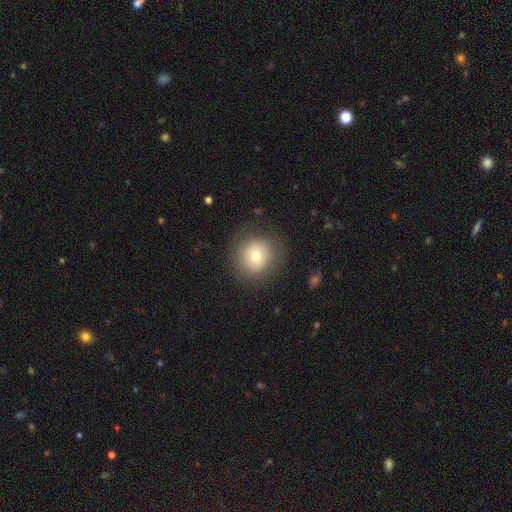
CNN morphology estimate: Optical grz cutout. It shows a smooth galaxy with no disk features (72%) that is round (90%). Merging: none (83%).